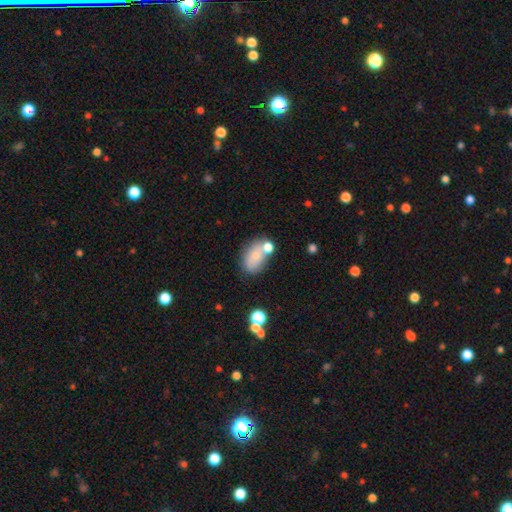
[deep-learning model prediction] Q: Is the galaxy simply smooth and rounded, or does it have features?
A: smooth — 75%.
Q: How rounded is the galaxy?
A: in between — 86%.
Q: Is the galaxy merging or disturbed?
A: none — 49%.